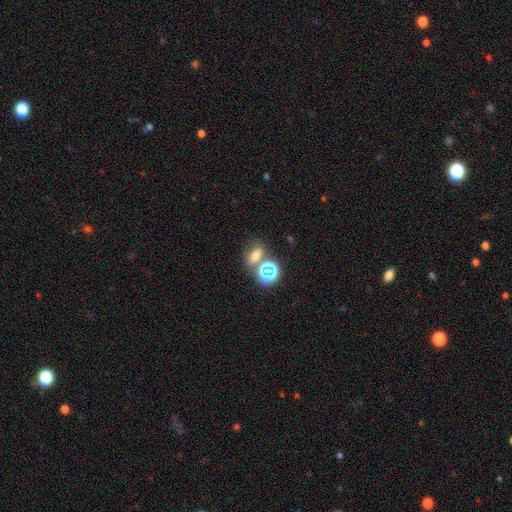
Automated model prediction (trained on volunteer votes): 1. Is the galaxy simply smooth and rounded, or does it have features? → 56% smooth, 31% star or artifact, 13% featured or disk.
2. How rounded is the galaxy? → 64% in between, 31% round, 5% cigar-shaped.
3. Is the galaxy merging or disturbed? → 58% none, 24% merger, 12% minor disturbance, 6% major disturbance.